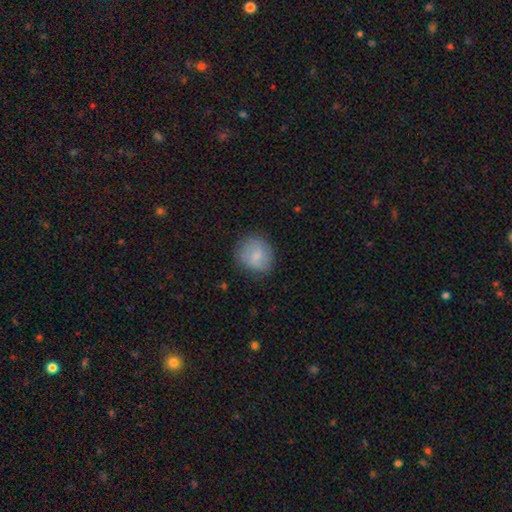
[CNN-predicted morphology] smooth 74%, featured or disk 19%, star or artifact 7%. Down the decision tree: how rounded — round (81%); merging — none (76%).